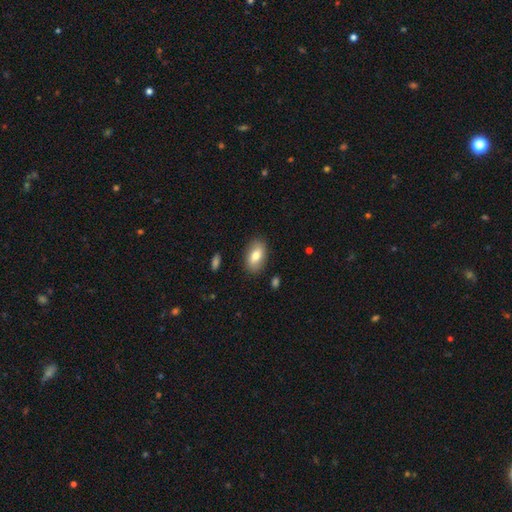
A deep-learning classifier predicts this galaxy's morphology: A smooth galaxy with no disk features (75%) that is in between round and cigar-shaped (90%).

Vote fractions:
- Smooth or featured? smooth: 75% / featured or disk: 18% / star or artifact: 7%
- How rounded? in between: 90% / round: 8% / cigar-shaped: 3%
- Merging? none: 86% / minor disturbance: 10% / major disturbance: 3% / merger: 1%